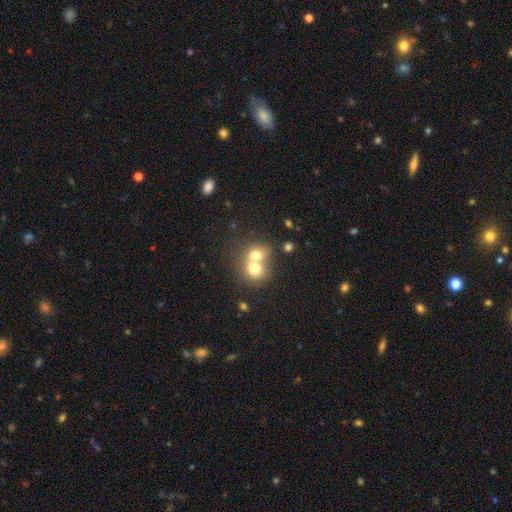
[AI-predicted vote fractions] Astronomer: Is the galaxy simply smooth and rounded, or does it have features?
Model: smooth — 69%.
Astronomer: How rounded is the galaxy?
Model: round — 70%.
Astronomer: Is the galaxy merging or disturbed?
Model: merger — 70%.